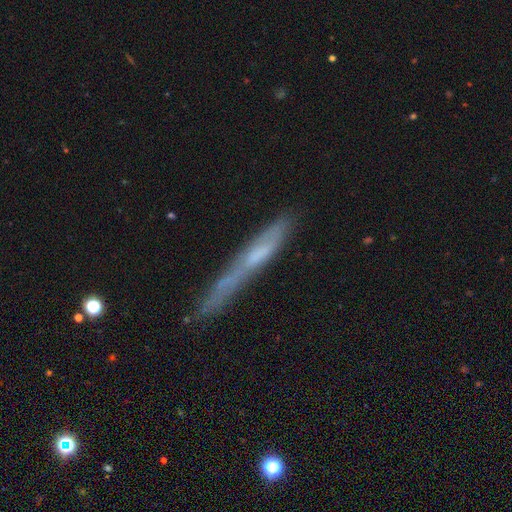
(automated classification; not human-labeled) smooth_or_featured: featured or disk (p=0.48) [alt: smooth p=0.43]
merging: none (p=0.64) [alt: minor disturbance p=0.24]